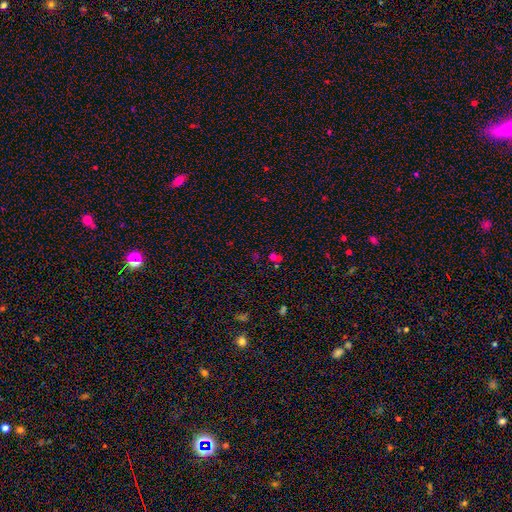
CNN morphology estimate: A star or artifact, not a galaxy (49%).

Vote fractions:
- Smooth or featured? star or artifact: 49% / smooth: 38% / featured or disk: 13%